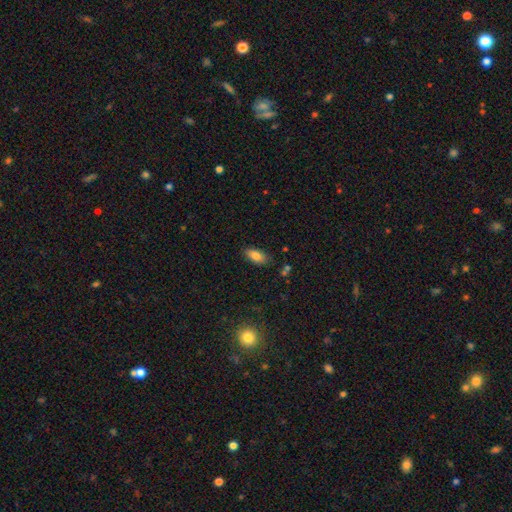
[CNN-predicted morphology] This is clearly a smooth galaxy (83%). How rounded: clearly in between (90%). Merging: clearly none (81%).